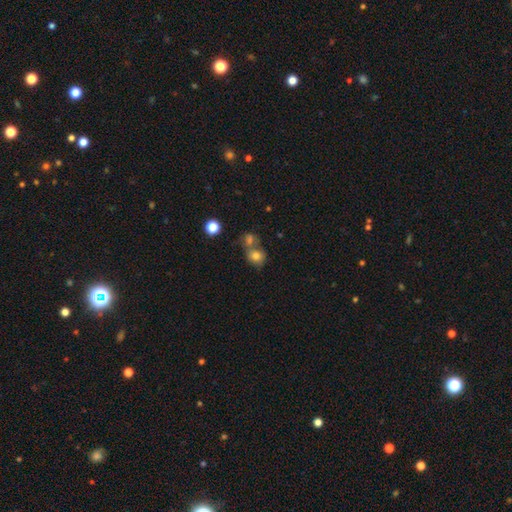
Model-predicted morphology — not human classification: A smooth galaxy with no disk features (77%) that is round (64%). Merging: merger (44%).